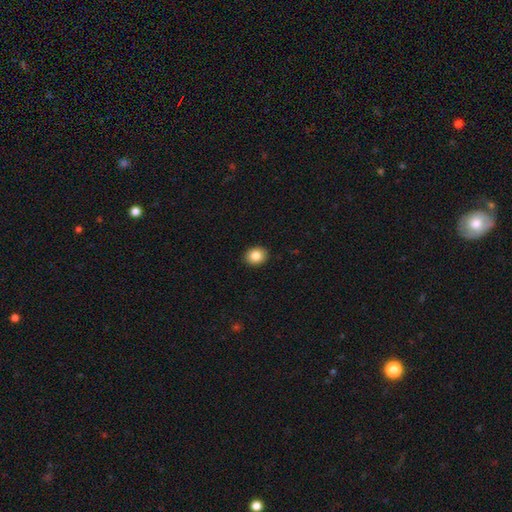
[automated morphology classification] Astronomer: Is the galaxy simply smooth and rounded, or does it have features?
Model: smooth — 85%.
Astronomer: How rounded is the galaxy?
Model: round — 61% (runner-up: in between, 39%).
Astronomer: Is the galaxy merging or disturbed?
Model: none — 92%.